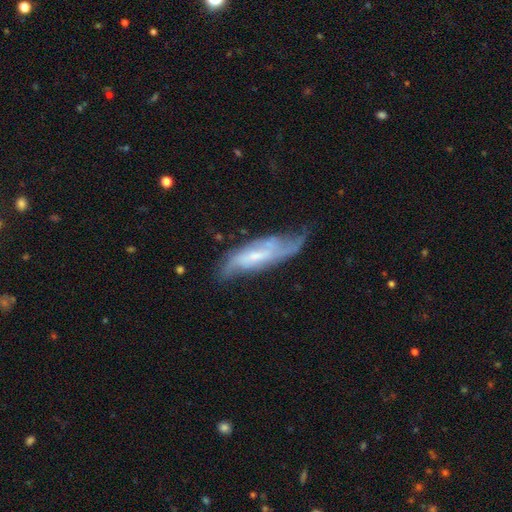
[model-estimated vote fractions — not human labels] This is likely a featured or disk galaxy (70%). It is likely not viewed edge-on (75%). Bar: marginally weak (43%, tied with no). Spiral arm pattern: clearly yes (85%). Central bulge: possibly small (50%). Merging: possibly none (48%).